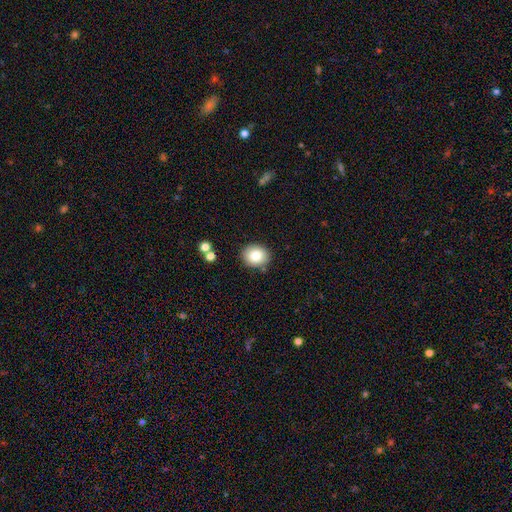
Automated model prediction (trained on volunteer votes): smooth_or_featured: smooth (p=0.83) [alt: star or artifact p=0.09]
how_rounded: round (p=0.67) [alt: in between p=0.32]
merging: none (p=0.85) [alt: minor disturbance p=0.09]